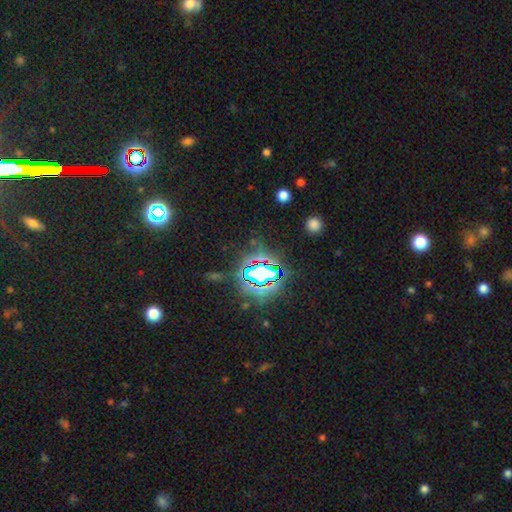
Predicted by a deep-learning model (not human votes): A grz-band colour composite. It shows a star or artifact, not a galaxy (84%).